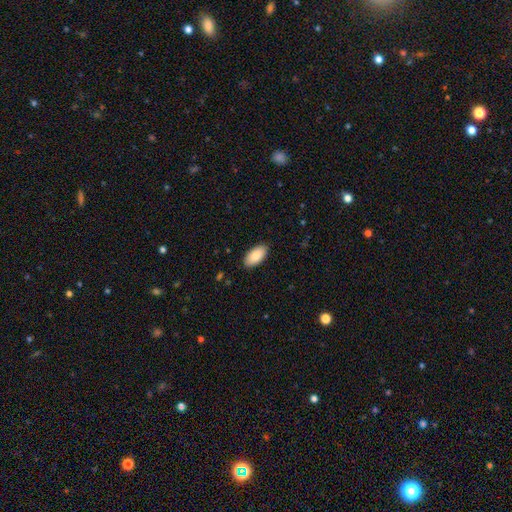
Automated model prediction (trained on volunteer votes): smooth-or-featured: smooth: 87% | featured or disk: 7% | star or artifact: 6%
  how-rounded: in between: 95% | cigar-shaped: 3% | round: 2%
  merging: none: 88% | minor disturbance: 9% | major disturbance: 2% | merger: 1%